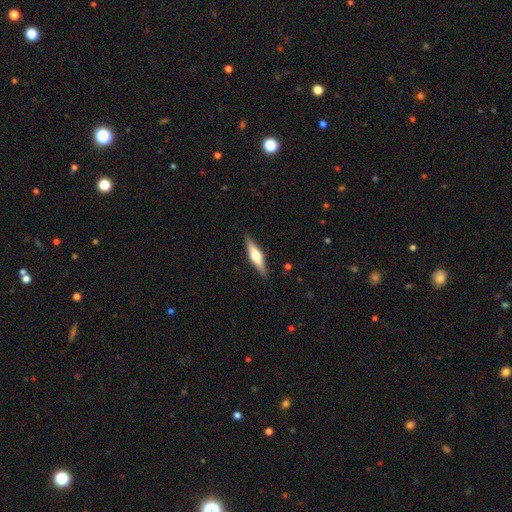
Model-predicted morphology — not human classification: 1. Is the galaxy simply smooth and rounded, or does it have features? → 64% featured or disk, 30% smooth, 6% star or artifact.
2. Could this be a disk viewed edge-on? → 97% yes, 3% no.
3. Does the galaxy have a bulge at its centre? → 90% rounded, 8% boxy, 2% none.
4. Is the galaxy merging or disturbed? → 89% none, 8% minor disturbance, 2% major disturbance, 1% merger.